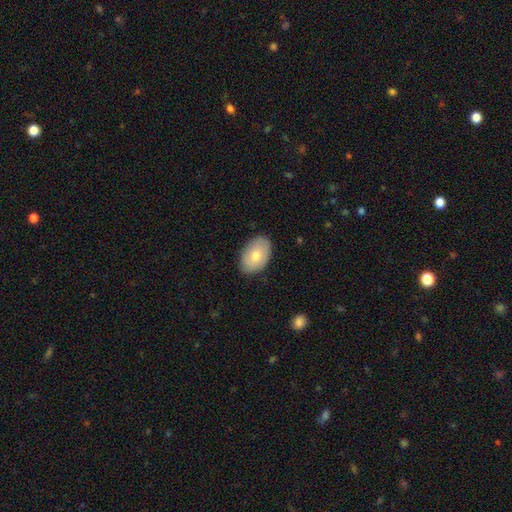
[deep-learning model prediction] The model was most divided on "smooth or featured": smooth: 73%, featured or disk: 21%, star or artifact: 7%. More confident: how rounded — in between (88%); merging — none (86%).